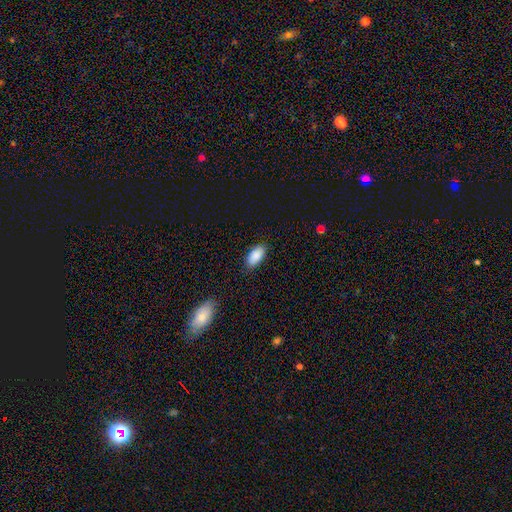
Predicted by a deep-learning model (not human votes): Smooth or featured?
  - smooth: 88% *
  - star or artifact: 7%
  - featured or disk: 6%
How rounded?
  - in between: 93% *
  - cigar-shaped: 5%
  - round: 2%
Merging?
  - none: 85% *
  - minor disturbance: 12%
  - major disturbance: 2%
  - merger: 1%